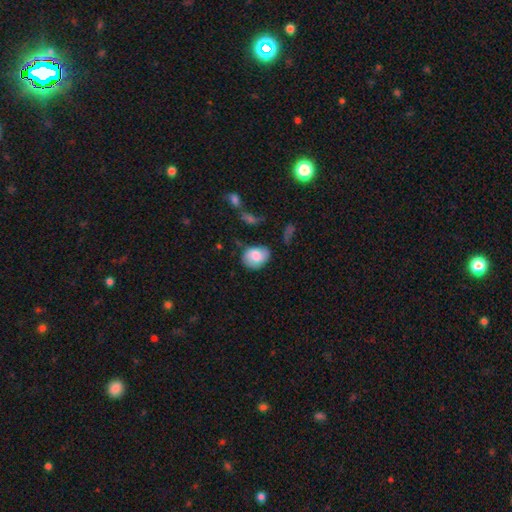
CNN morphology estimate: smooth 74%, featured or disk 18%, star or artifact 8%. Down the decision tree: how rounded — in between (61%); merging — none (63%).